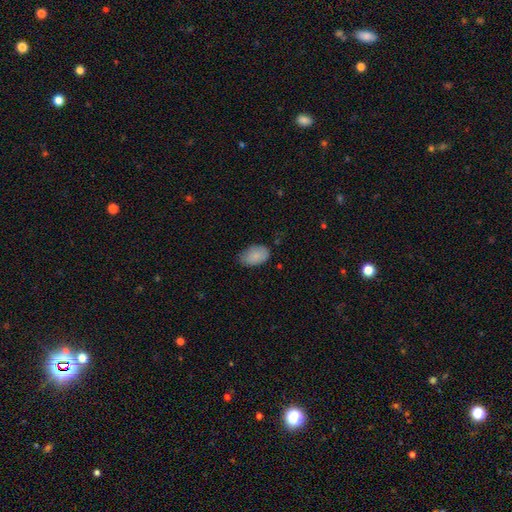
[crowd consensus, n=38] Overall: smooth (89%). How rounded: in between (88%). Merging: none (63%; minor disturbance 34%).